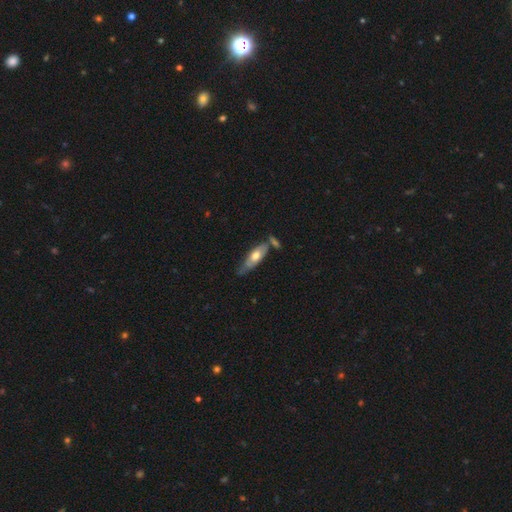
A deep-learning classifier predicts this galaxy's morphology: Smooth or featured: smooth — 50% (featured or disk — 45%)
Merging: none — 47% (minor disturbance — 27%)